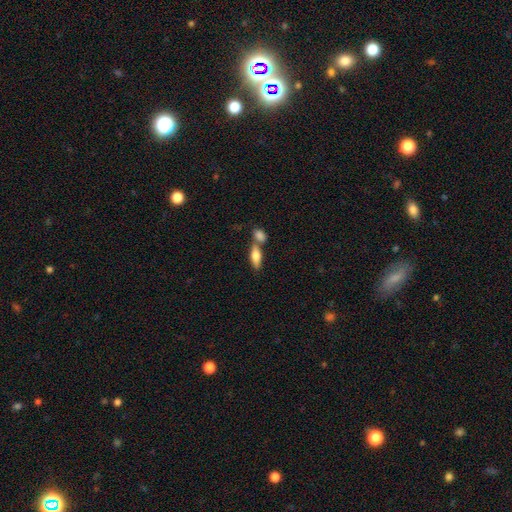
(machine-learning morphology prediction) type=smooth (71%); roundness=in between (70%); merging=none (49%).